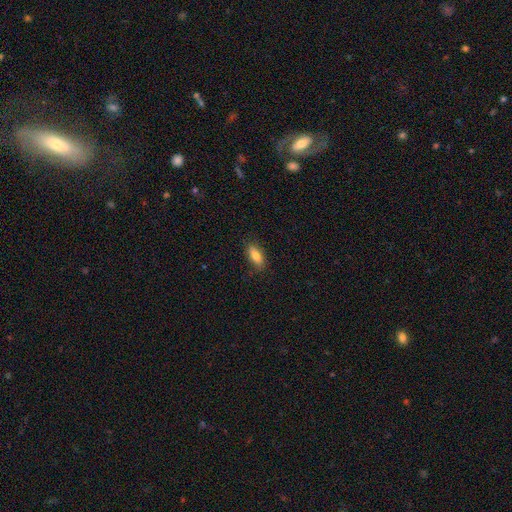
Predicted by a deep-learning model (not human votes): Q: Smooth or featured?
A: smooth (81%); runner-up: featured or disk (12%)
Q: How rounded?
A: in between (84%); runner-up: cigar-shaped (13%)
Q: Merging?
A: none (84%); runner-up: minor disturbance (12%)